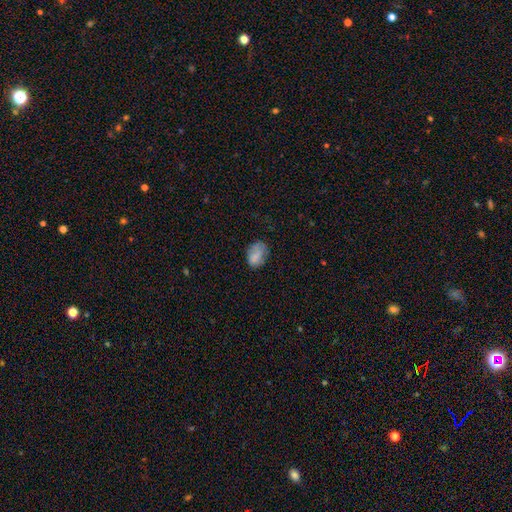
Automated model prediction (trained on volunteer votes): smooth-or-featured: smooth: 76% | featured or disk: 14% | star or artifact: 10%
  how-rounded: in between: 73% | round: 26% | cigar-shaped: 1%
  merging: none: 57% | minor disturbance: 28% | major disturbance: 13% | merger: 2%